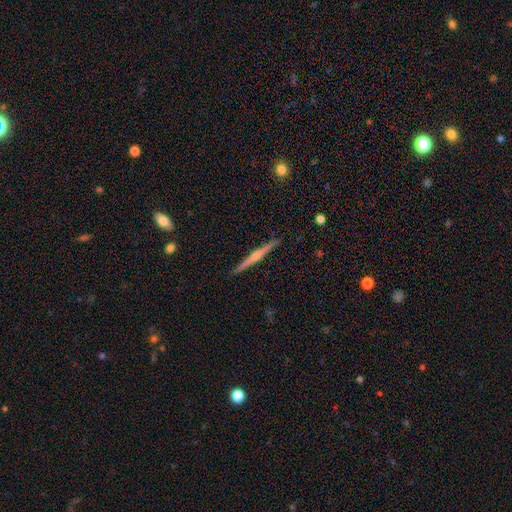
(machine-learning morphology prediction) Smooth or featured? featured or disk (75%)
Edge-on disk? yes (98%)
Edge-on bulge? rounded (79%)
Merging? none (91%)